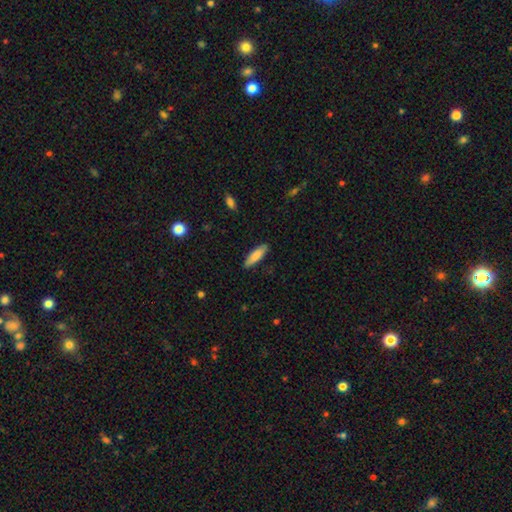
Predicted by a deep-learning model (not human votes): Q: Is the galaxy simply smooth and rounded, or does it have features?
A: smooth — 83%.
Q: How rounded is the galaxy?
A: cigar-shaped — 60%.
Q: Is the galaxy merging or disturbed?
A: none — 87%.